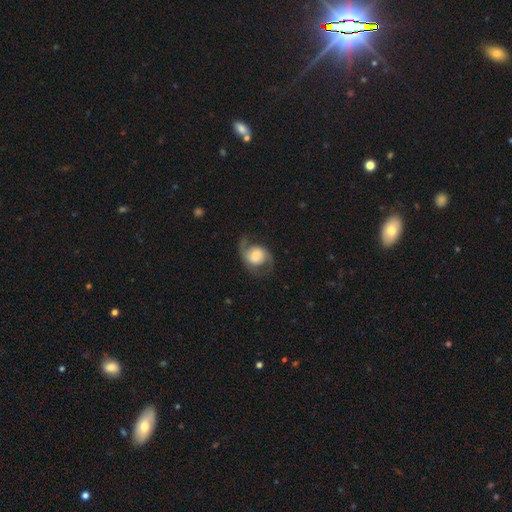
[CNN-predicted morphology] Overall: featured or disk (69%). Edge-on disk: no (97%). Bar: no (64%; weak 28%). Spiral arms: yes (89%). Spiral arm count: 2 (88%). Spiral winding: medium (44%; loose 43%). Bulge size: moderate (48%; large 24%). Merging: none (68%).